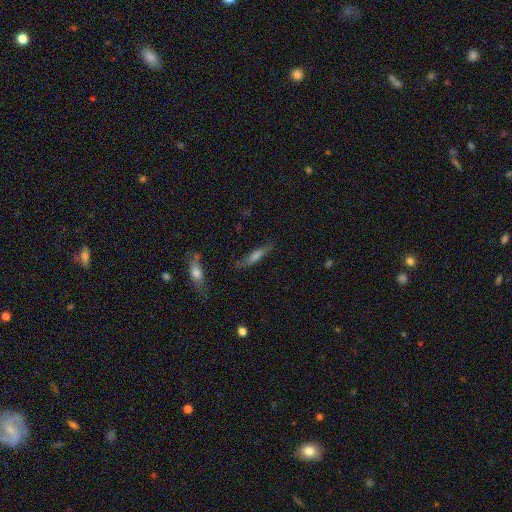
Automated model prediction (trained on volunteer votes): Smooth or featured?
  - smooth: 49% *
  - featured or disk: 41%
  - star or artifact: 10%
Merging?
  - none: 79% *
  - minor disturbance: 14%
  - major disturbance: 4%
  - merger: 3%